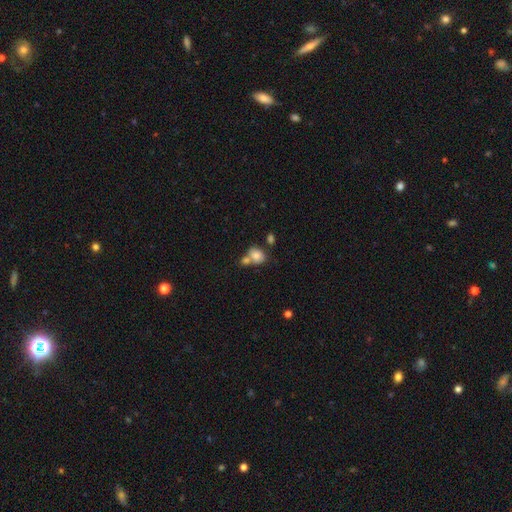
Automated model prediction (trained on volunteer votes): Smooth or featured? Predicted: smooth (p=0.81). How rounded? Predicted: round (p=0.51). Merging? Predicted: merger (p=0.43).